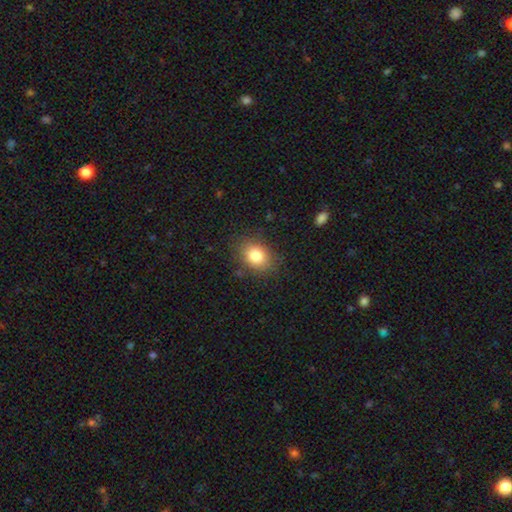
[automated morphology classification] smooth-or-featured: smooth: 82% | star or artifact: 10% | featured or disk: 9%
  how-rounded: in between: 61% | round: 38% | cigar-shaped: 1%
  merging: none: 83% | minor disturbance: 12% | major disturbance: 4% | merger: 1%